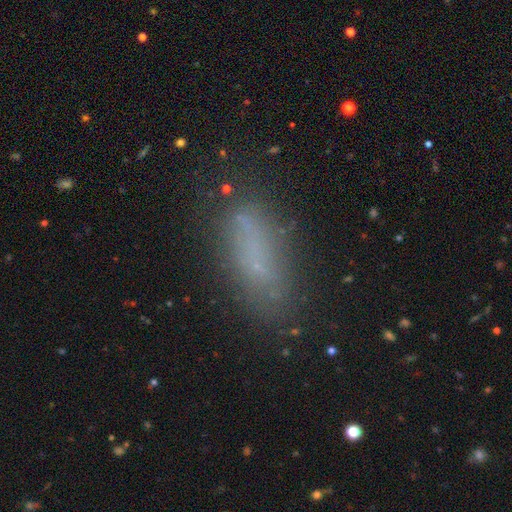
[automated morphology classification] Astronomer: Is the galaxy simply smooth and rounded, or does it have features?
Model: smooth — 60%.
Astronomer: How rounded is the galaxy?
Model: in between — 55% (runner-up: cigar-shaped, 42%).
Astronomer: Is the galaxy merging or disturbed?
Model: none — 69%.